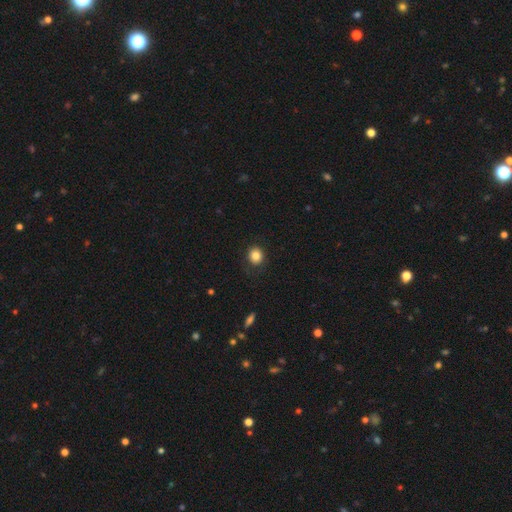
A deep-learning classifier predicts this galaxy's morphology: Smooth or featured: smooth — 84% (star or artifact — 10%)
How rounded: round — 73% (in between — 26%)
Merging: none — 81% (minor disturbance — 13%)